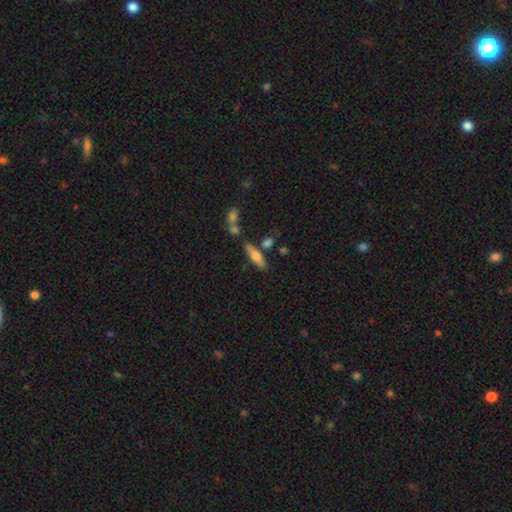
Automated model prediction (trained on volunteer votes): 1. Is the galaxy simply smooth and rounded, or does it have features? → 62% smooth, 31% featured or disk, 7% star or artifact.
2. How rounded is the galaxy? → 59% cigar-shaped, 38% in between, 3% round.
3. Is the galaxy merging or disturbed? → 67% none, 15% minor disturbance, 14% merger, 4% major disturbance.